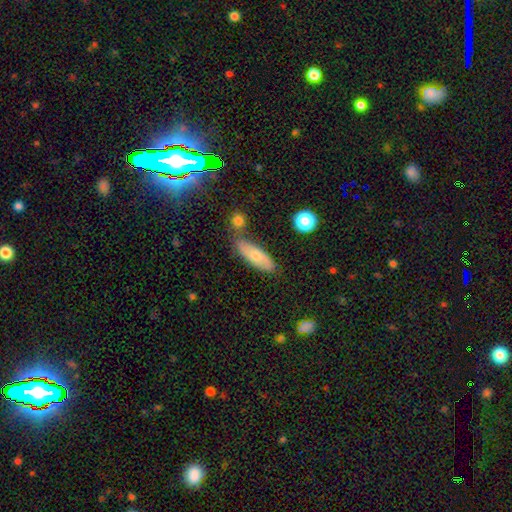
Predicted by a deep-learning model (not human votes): smooth 67%, featured or disk 25%, star or artifact 7%. Down the decision tree: how rounded — in between (61%); merging — none (66%).